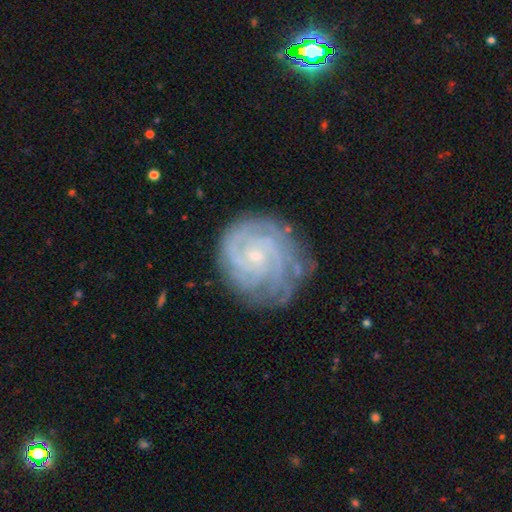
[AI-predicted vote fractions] Smooth or featured? featured or disk (87%)
Edge-on disk? no (98%)
Bar? no (73%)
Spiral arms? yes (98%)
Spiral winding? tight (79%)
Spiral arm count? 4 (25%)
Bulge size? small (82%)
Merging? none (73%)